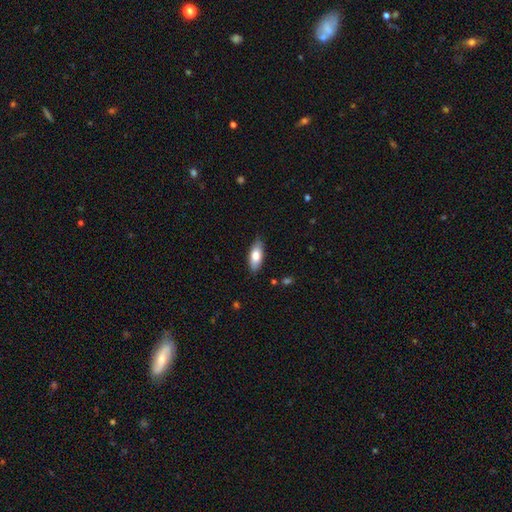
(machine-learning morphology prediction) smooth 76%, featured or disk 17%, star or artifact 6%. Down the decision tree: how rounded — in between (82%); merging — none (85%).